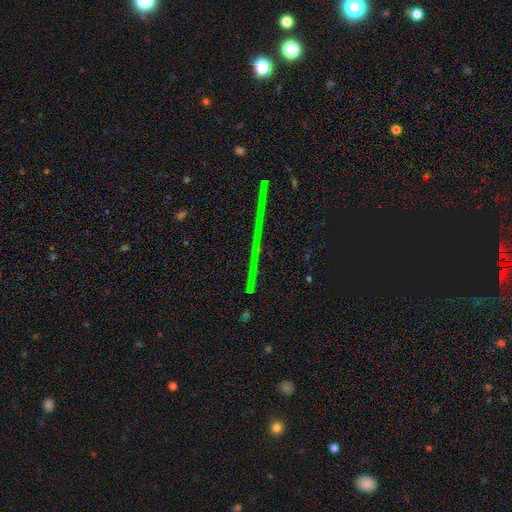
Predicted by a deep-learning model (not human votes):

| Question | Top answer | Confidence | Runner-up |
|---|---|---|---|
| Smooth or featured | star or artifact | 81% | featured or disk (13%) |